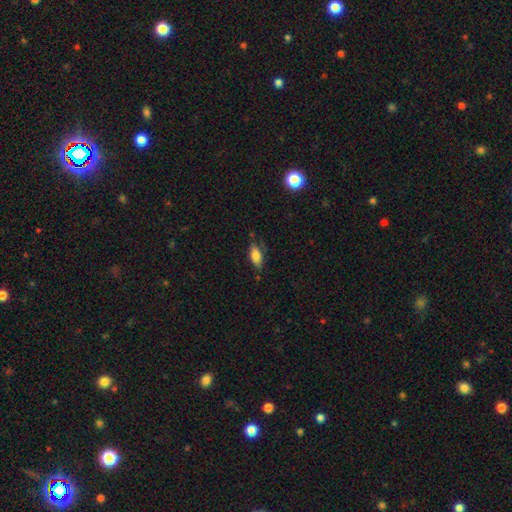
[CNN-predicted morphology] Smooth or featured? smooth (80%)
How rounded? in between (83%)
Merging? none (66%)